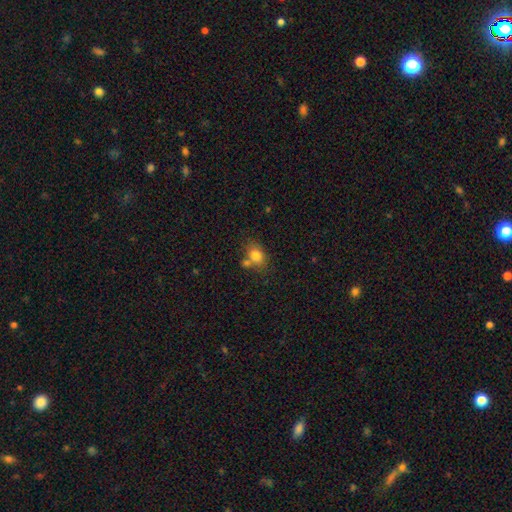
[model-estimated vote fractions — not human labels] Smooth or featured? Predicted: smooth (p=0.79). How rounded? Predicted: in between (p=0.64). Merging? Predicted: none (p=0.54).